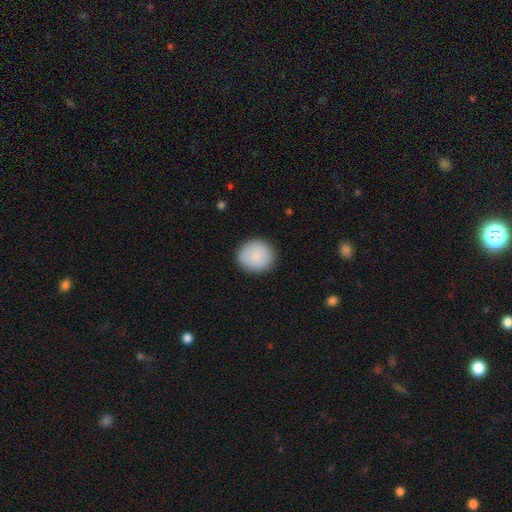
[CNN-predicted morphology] smooth 87%, featured or disk 7%, star or artifact 6%. Down the decision tree: how rounded — round (82%); merging — none (89%).